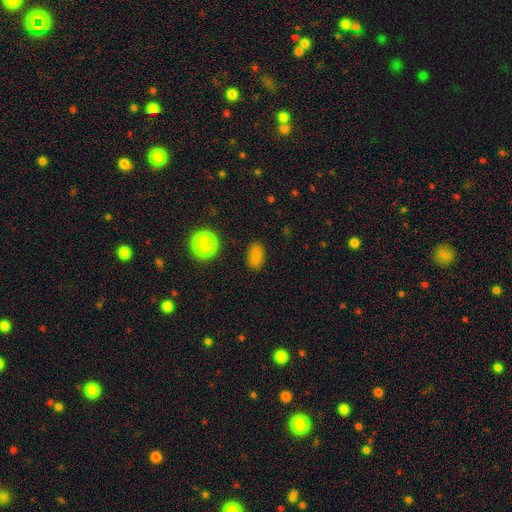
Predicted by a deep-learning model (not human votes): A smooth galaxy with no disk features (81%) that is in between round and cigar-shaped (86%).

Vote fractions:
- Smooth or featured? smooth: 81% / star or artifact: 15% / featured or disk: 5%
- How rounded? in between: 86% / round: 12% / cigar-shaped: 3%
- Merging? none: 85% / minor disturbance: 10% / major disturbance: 3% / merger: 2%